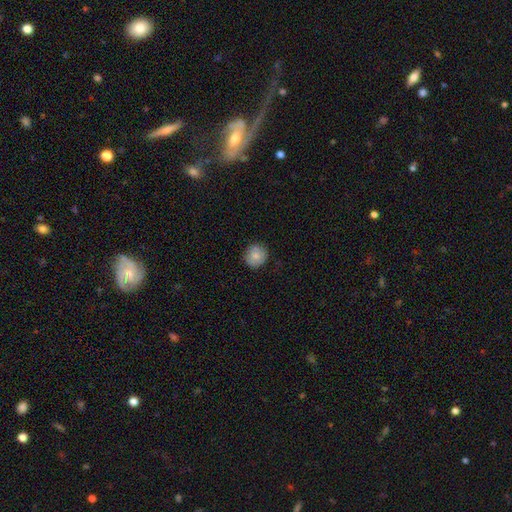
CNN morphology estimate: Q: Smooth or featured?
A: smooth (80%); runner-up: featured or disk (12%)
Q: How rounded?
A: round (90%); runner-up: in between (9%)
Q: Merging?
A: none (85%); runner-up: minor disturbance (12%)